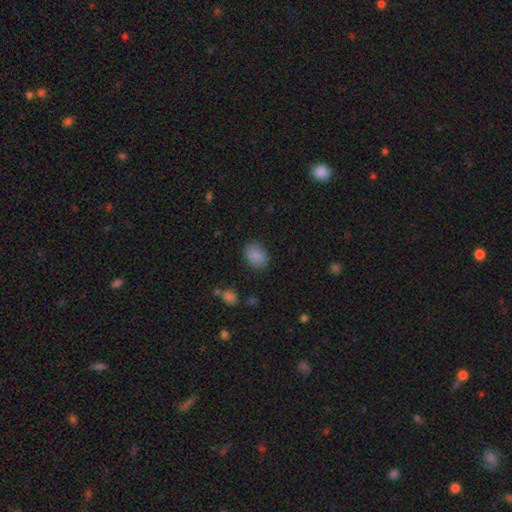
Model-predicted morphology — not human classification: Q: Smooth or featured?
A: smooth (85%); runner-up: star or artifact (8%)
Q: How rounded?
A: in between (66%); runner-up: round (33%)
Q: Merging?
A: none (83%); runner-up: minor disturbance (12%)